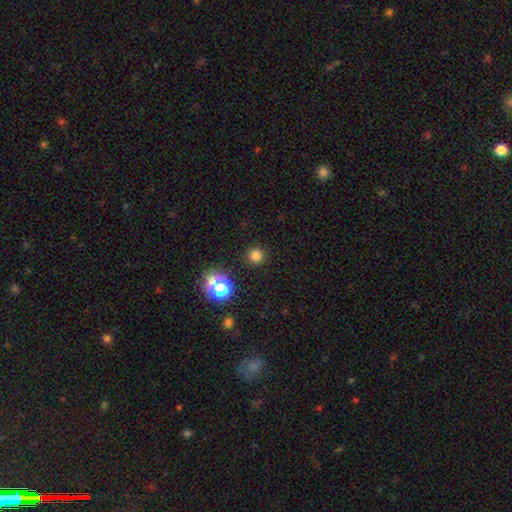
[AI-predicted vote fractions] Morphology: type=smooth (77%); roundness=round (95%); merging=none (90%).